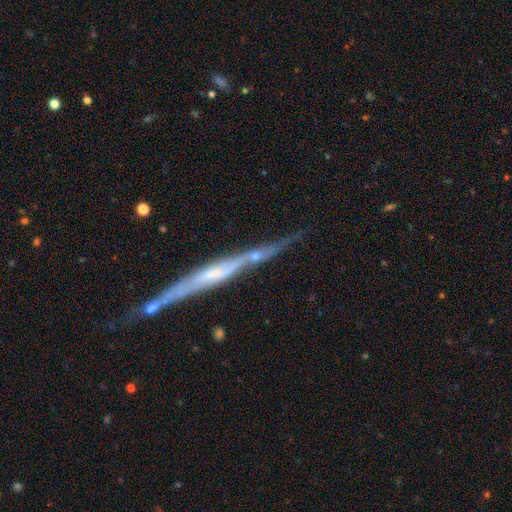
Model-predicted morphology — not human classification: A featured or disk galaxy (59%) viewed edge-on (74%).

Vote fractions:
- Smooth or featured? featured or disk: 59% / smooth: 30% / star or artifact: 11%
- Edge-on disk? yes: 74% / no: 26%
- Merging? none: 42% / merger: 32% / minor disturbance: 16% / major disturbance: 10%